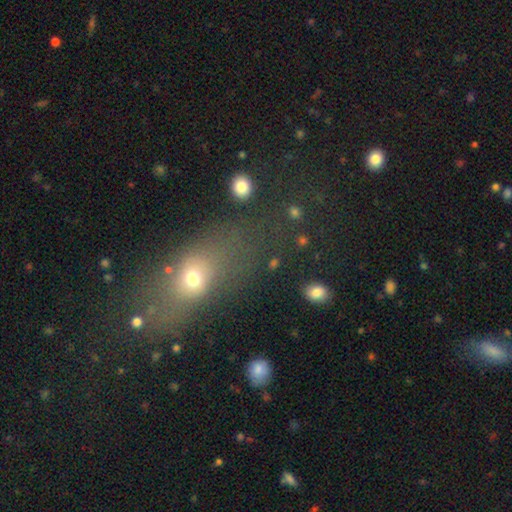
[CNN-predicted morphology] A smooth galaxy with no disk features (54%) that is in between round and cigar-shaped (54%).

Vote fractions:
- Smooth or featured? smooth: 54% / star or artifact: 27% / featured or disk: 19%
- How rounded? in between: 54% / cigar-shaped: 24% / round: 21%
- Merging? none: 68% / minor disturbance: 15% / major disturbance: 11% / merger: 7%